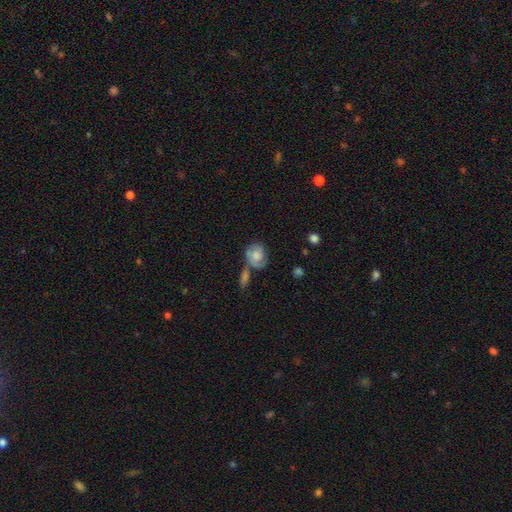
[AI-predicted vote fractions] The model was most divided on "how rounded": round: 50%, in between: 48%, cigar-shaped: 2%. Remaining: smooth or featured — smooth (54%); merging — none (45%).